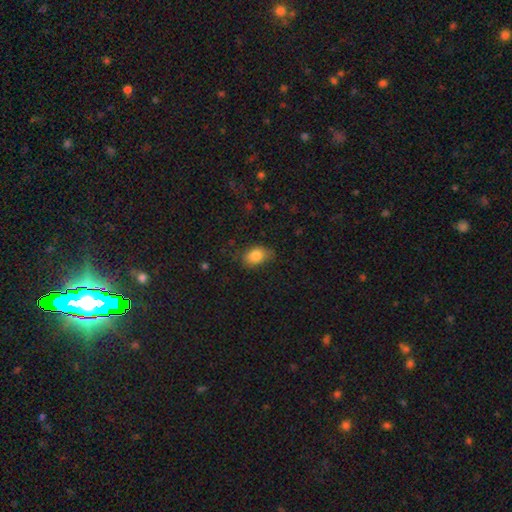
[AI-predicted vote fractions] Morphology: type=smooth (84%); roundness=in between (81%); merging=none (73%).